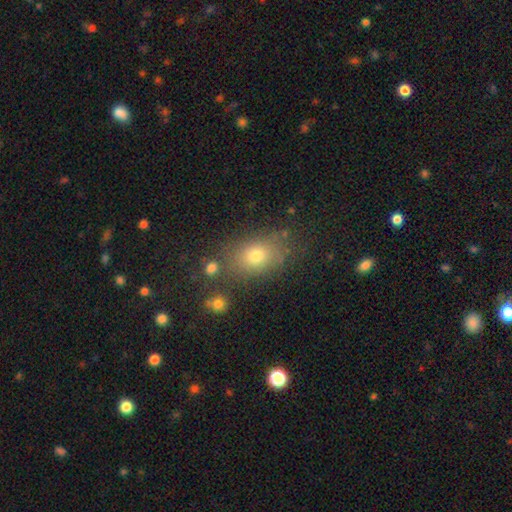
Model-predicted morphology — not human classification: This is likely a smooth galaxy (74%). How rounded: likely in between (72%). Merging: likely none (72%).